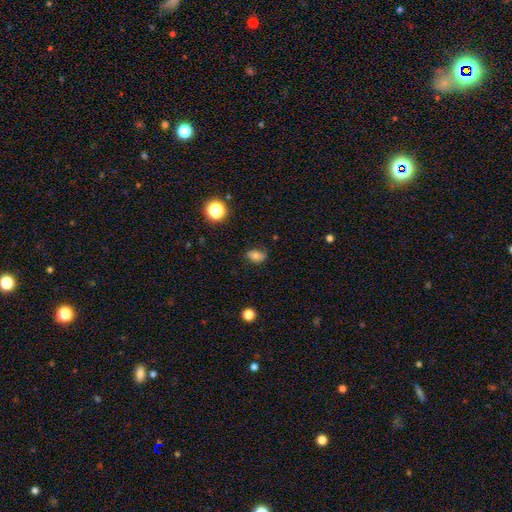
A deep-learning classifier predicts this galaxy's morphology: Smooth or featured?
  - smooth: 69% *
  - featured or disk: 18%
  - star or artifact: 13%
How rounded?
  - in between: 75% *
  - round: 23%
  - cigar-shaped: 2%
Merging?
  - none: 68% *
  - minor disturbance: 24%
  - major disturbance: 6%
  - merger: 2%